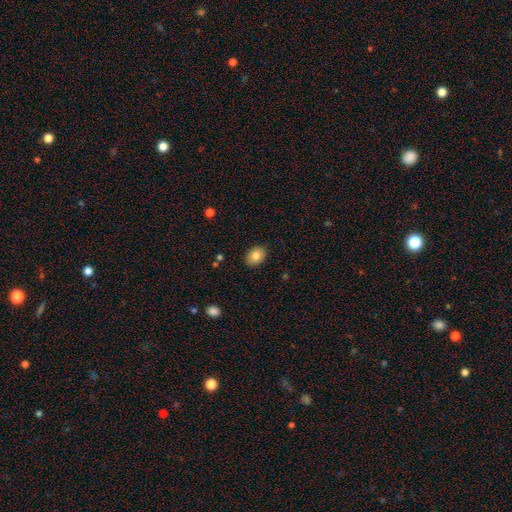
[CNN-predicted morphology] A smooth galaxy with no disk features (83%) that is in between round and cigar-shaped (71%).

Vote fractions:
- Smooth or featured? smooth: 83% / featured or disk: 9% / star or artifact: 8%
- How rounded? in between: 71% / round: 28% / cigar-shaped: 1%
- Merging? none: 89% / minor disturbance: 8% / major disturbance: 2% / merger: 1%